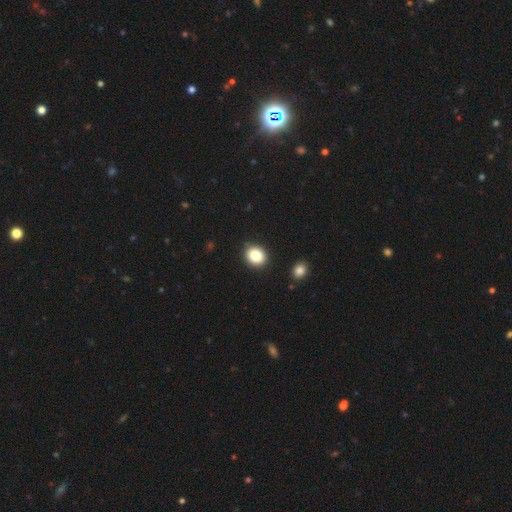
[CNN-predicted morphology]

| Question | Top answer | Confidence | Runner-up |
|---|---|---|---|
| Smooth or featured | smooth | 84% | star or artifact (10%) |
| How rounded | round | 71% | in between (28%) |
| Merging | none | 89% | minor disturbance (7%) |